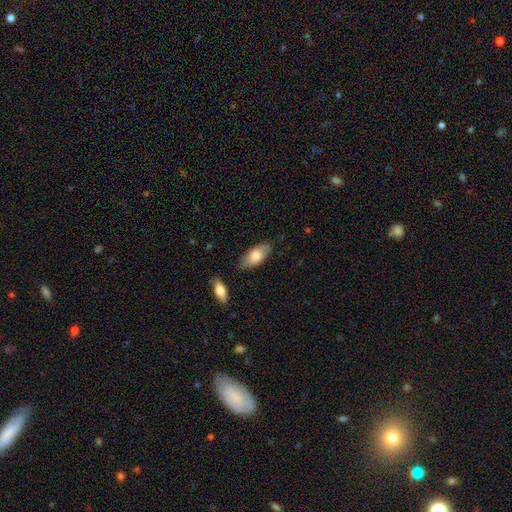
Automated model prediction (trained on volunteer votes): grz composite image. It shows a smooth galaxy with no disk features (75%) that is in between round and cigar-shaped (89%). Merging: none (80%).